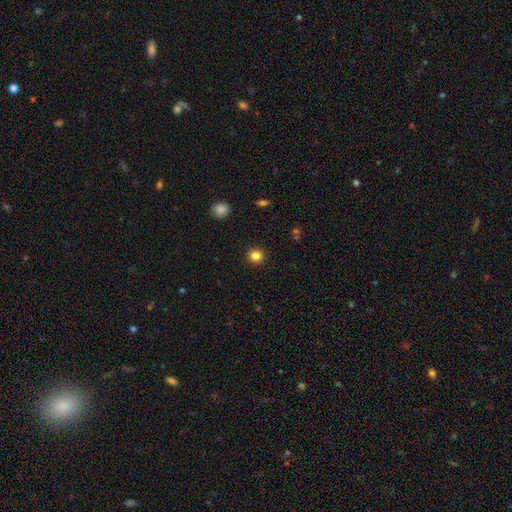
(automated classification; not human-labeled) This appears to be a smooth galaxy with no disk features (83%) that is round (92%). Merging: none (92%).